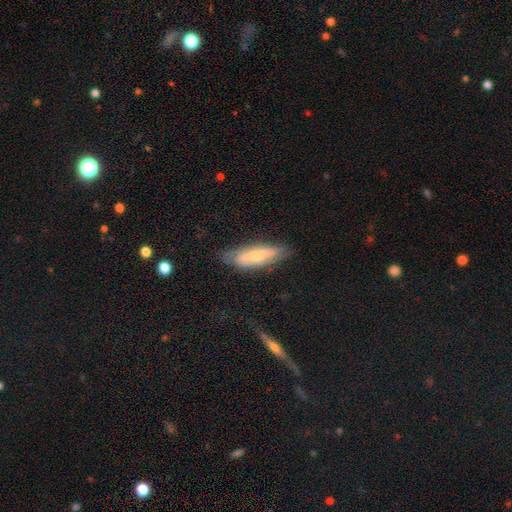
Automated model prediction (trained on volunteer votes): This appears to be a smooth galaxy with no disk features (52%) that is cigar-shaped (52%). Merging: none (69%).